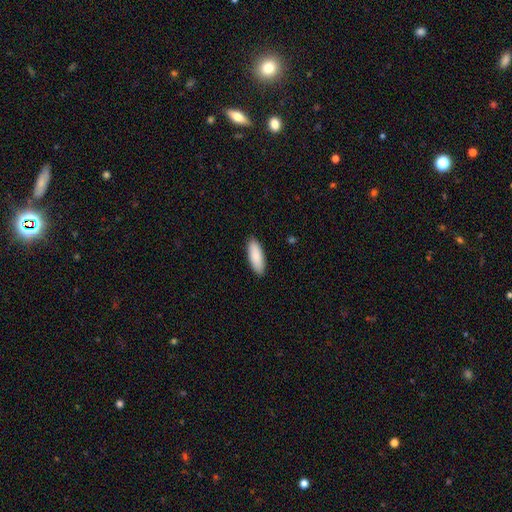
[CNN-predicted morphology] Smooth or featured?
  - smooth: 89% *
  - featured or disk: 6%
  - star or artifact: 5%
How rounded?
  - in between: 68% *
  - cigar-shaped: 31%
  - round: 2%
Merging?
  - none: 90% *
  - minor disturbance: 8%
  - major disturbance: 2%
  - merger: 1%